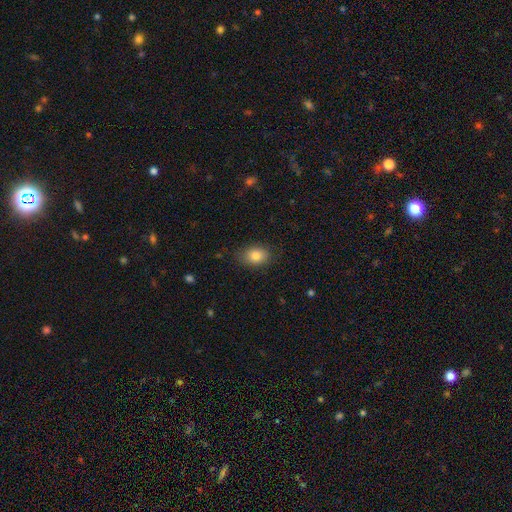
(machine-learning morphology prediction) smooth 82%, star or artifact 9%, featured or disk 9%. Down the decision tree: how rounded — in between (73%); merging — none (83%).